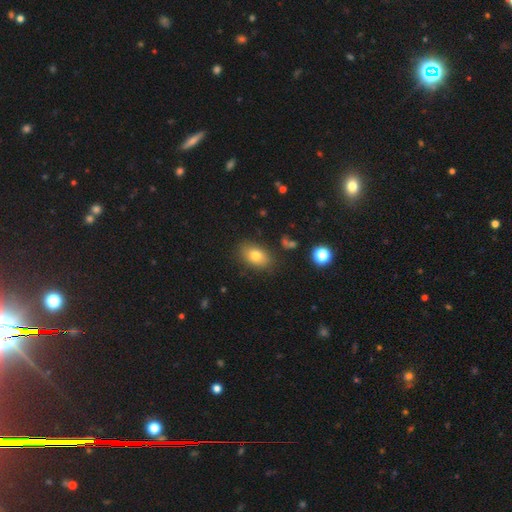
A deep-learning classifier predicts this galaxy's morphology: Smooth or featured?
  - smooth: 77% *
  - featured or disk: 13%
  - star or artifact: 10%
How rounded?
  - in between: 83% *
  - round: 15%
  - cigar-shaped: 2%
Merging?
  - none: 83% *
  - minor disturbance: 11%
  - major disturbance: 3%
  - merger: 2%